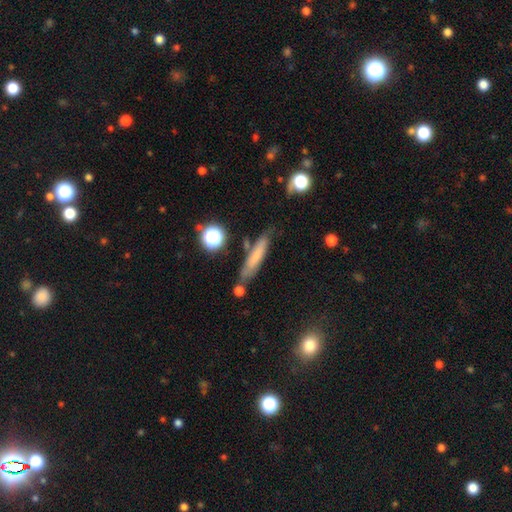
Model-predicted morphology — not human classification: This is likely a smooth galaxy (64%). How rounded: clearly cigar-shaped (83%). Merging: likely none (69%).